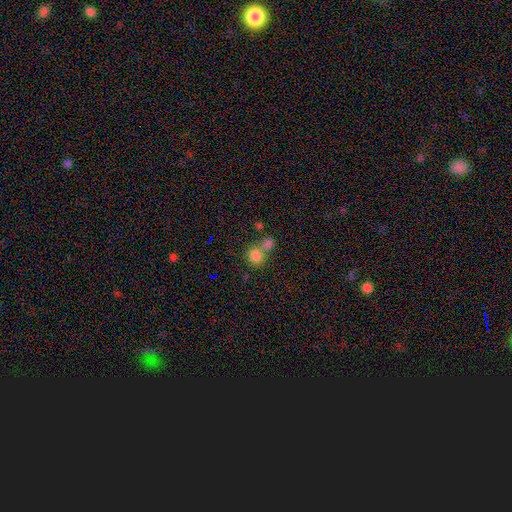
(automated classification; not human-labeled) Smooth or featured? Predicted: smooth (p=0.80). How rounded? Predicted: round (p=0.75). Merging? Predicted: merger (p=0.44).